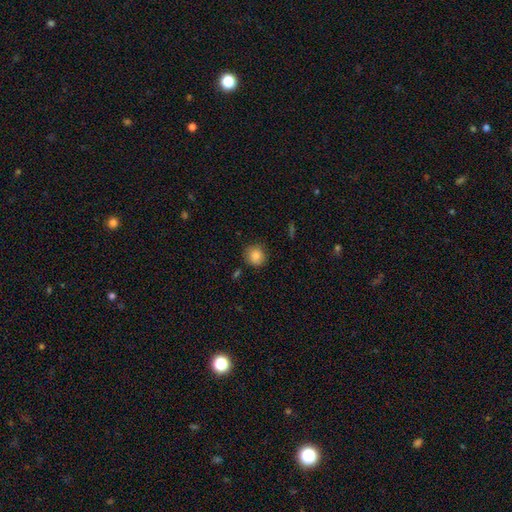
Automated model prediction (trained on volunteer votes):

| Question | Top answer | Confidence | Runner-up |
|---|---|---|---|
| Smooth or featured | smooth | 86% | star or artifact (9%) |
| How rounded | round | 88% | in between (12%) |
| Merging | none | 83% | minor disturbance (12%) |